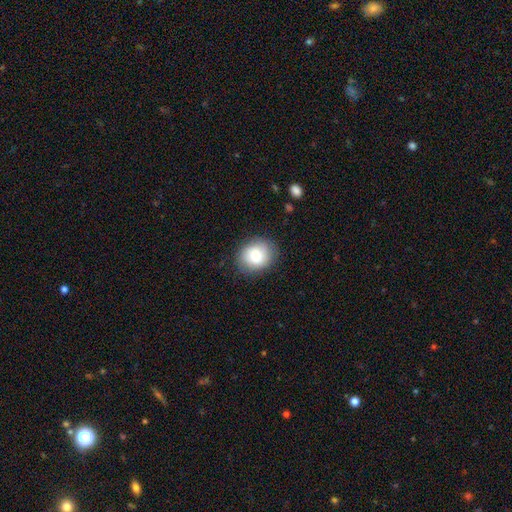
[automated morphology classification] This appears to be a smooth galaxy with no disk features (78%) that is round (67%). Merging: none (83%).